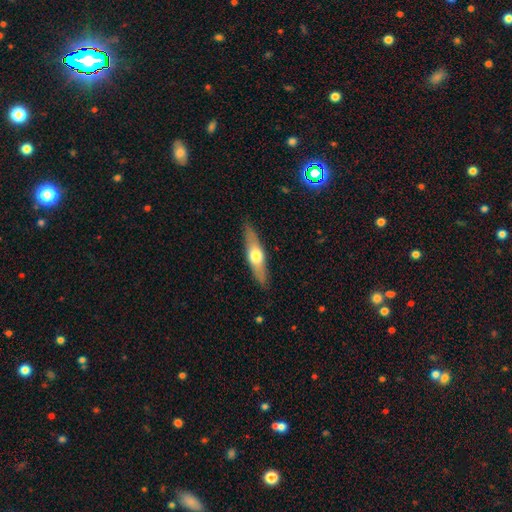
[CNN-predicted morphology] smooth-or-featured: featured or disk: 52% | smooth: 43% | star or artifact: 5%
  disk-edge-on: yes: 89% | no: 11%
  merging: none: 88% | minor disturbance: 9% | major disturbance: 2% | merger: 1%